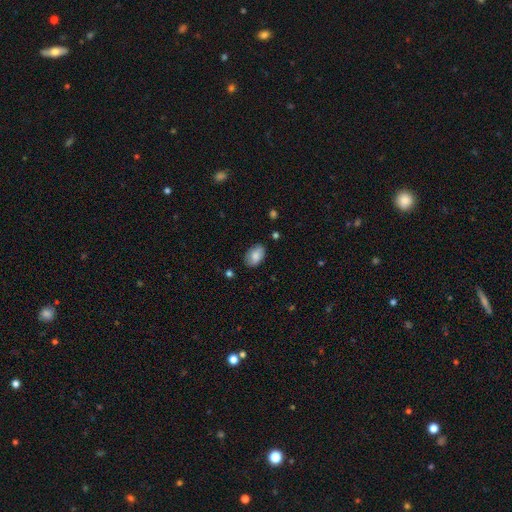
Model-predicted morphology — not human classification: A smooth galaxy with no disk features (80%) that is in between round and cigar-shaped (90%). Merging: none (79%).